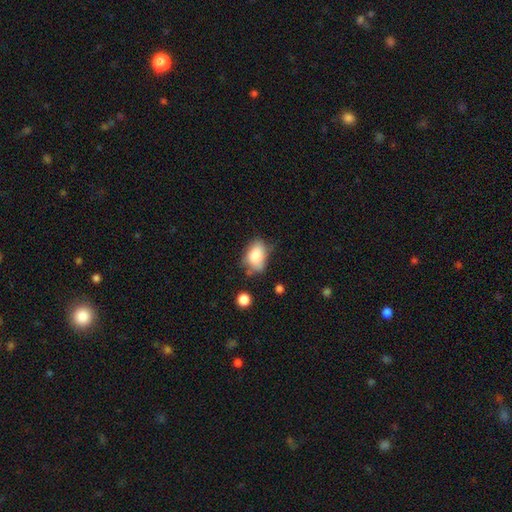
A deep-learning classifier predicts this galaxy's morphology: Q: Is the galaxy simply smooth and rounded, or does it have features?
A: smooth — 80%.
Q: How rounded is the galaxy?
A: in between — 82%.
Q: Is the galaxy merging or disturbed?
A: none — 53%.